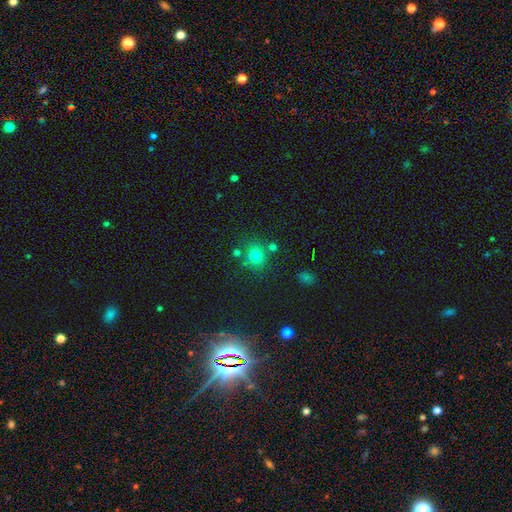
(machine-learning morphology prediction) A smooth galaxy with no disk features (74%) that is round (86%). Merging: none (74%).